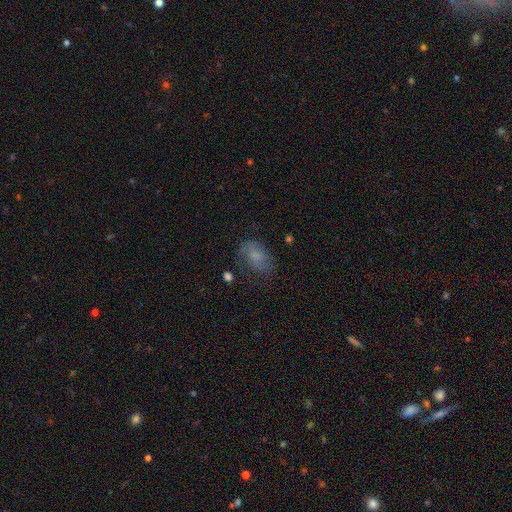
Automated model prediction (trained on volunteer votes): Morphology: type=smooth (62%); roundness=in between (82%); merging=none (52%).